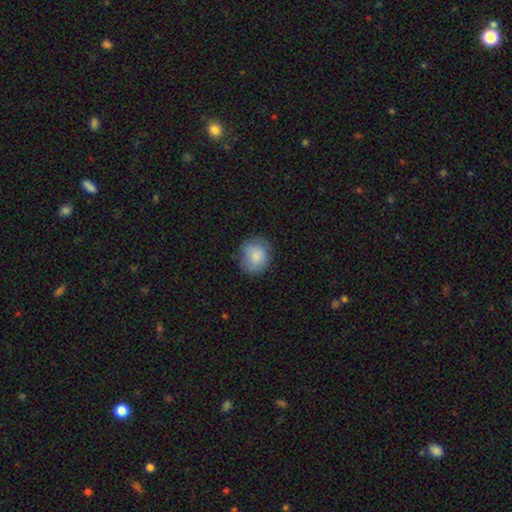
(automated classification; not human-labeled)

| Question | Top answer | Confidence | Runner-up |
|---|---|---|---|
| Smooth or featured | smooth | 81% | featured or disk (12%) |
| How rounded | round | 73% | in between (26%) |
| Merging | none | 66% | minor disturbance (25%) |